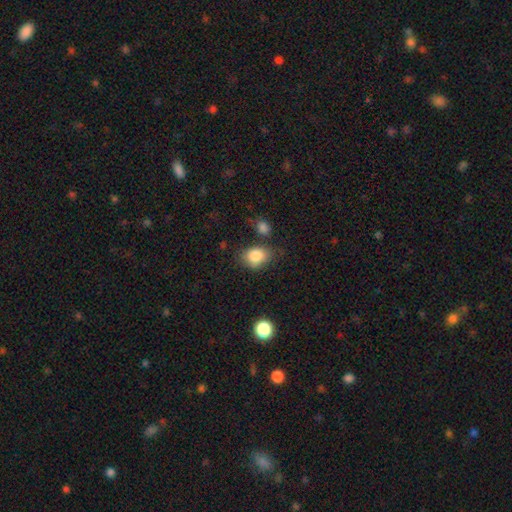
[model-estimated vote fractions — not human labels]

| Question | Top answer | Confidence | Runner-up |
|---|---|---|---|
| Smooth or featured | smooth | 84% | star or artifact (9%) |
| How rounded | in between | 62% | round (37%) |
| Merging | none | 62% | minor disturbance (23%) |